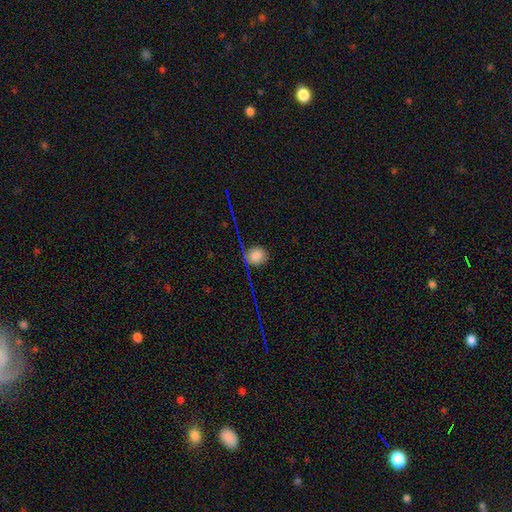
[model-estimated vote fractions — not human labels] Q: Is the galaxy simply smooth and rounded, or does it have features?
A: smooth — 72%.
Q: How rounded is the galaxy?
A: round — 77%.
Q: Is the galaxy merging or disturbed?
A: none — 78%.